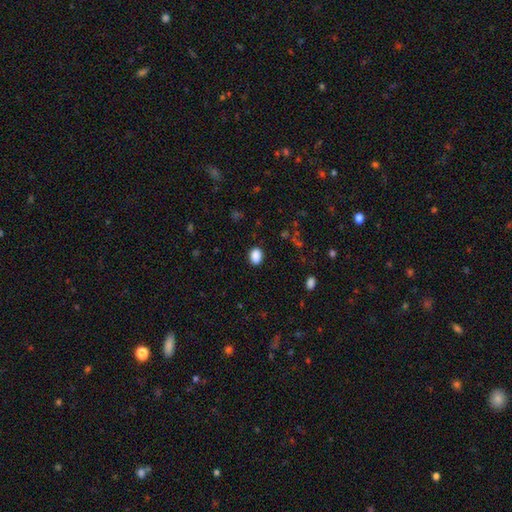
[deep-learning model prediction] smooth_or_featured: smooth (p=0.88) [alt: star or artifact p=0.09]
how_rounded: in between (p=0.71) [alt: round p=0.28]
merging: none (p=0.88) [alt: minor disturbance p=0.09]